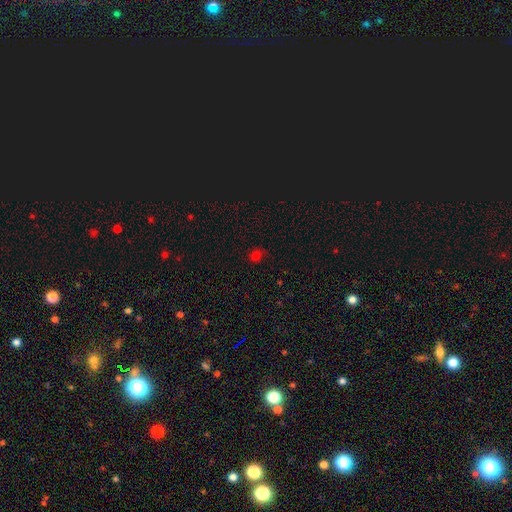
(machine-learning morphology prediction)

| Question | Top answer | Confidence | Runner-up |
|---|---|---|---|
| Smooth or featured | smooth | 68% | star or artifact (27%) |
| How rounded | round | 77% | in between (22%) |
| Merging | none | 73% | minor disturbance (18%) |